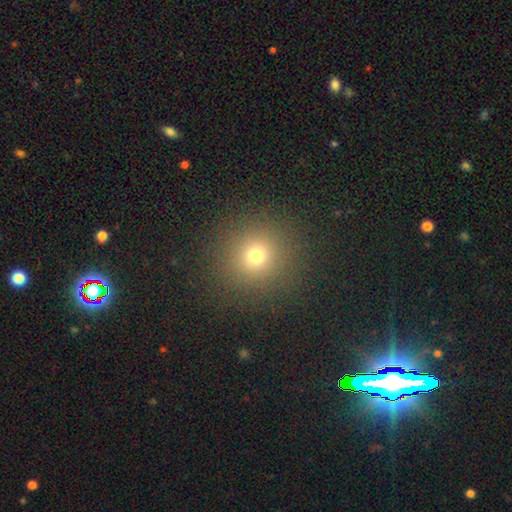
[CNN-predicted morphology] Smooth or featured: smooth — 71% (star or artifact — 21%)
How rounded: round — 92% (in between — 7%)
Merging: none — 89% (minor disturbance — 6%)